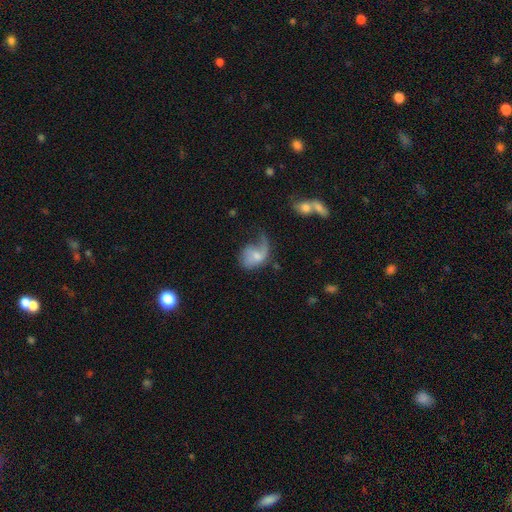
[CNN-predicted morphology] A featured or disk galaxy (49%).

Vote fractions:
- Smooth or featured? featured or disk: 49% / smooth: 43% / star or artifact: 8%
- Merging? major disturbance: 48% / none: 24% / minor disturbance: 22% / merger: 5%